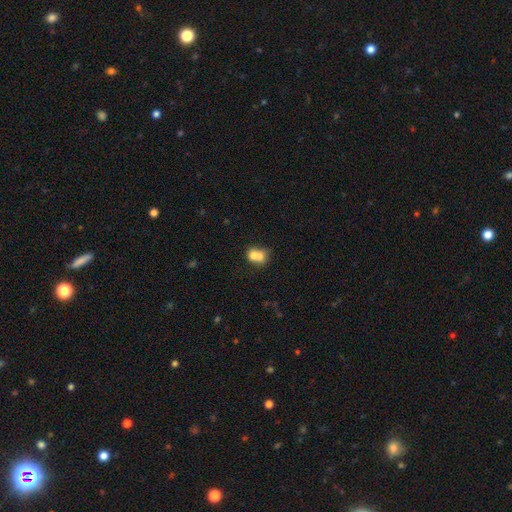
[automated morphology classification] This is likely a smooth galaxy (70%). How rounded: possibly round (58%). Merging: likely merger (67%).